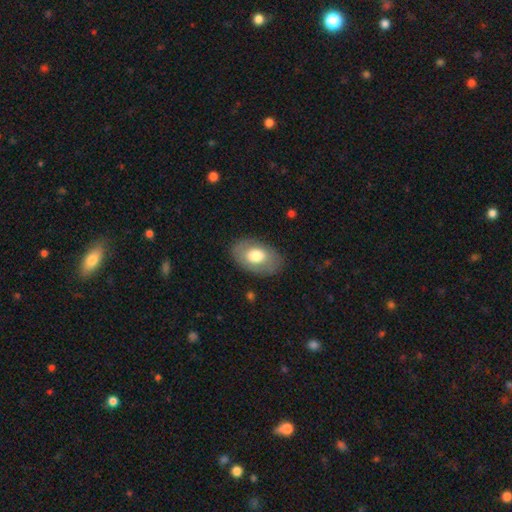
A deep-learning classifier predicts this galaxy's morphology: Overall: smooth (68%). How rounded: in between (89%). Merging: none (82%).